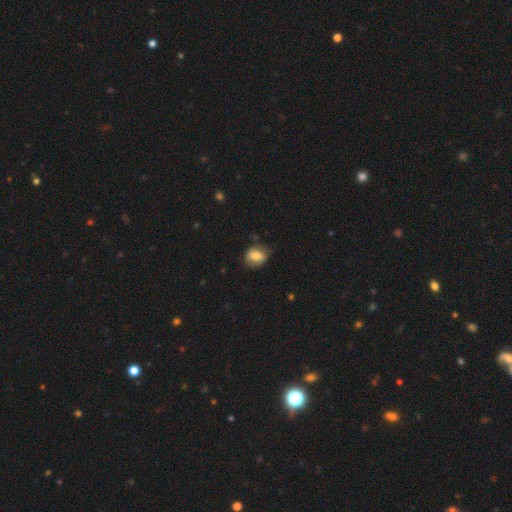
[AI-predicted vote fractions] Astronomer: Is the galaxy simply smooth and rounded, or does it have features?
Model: smooth — 67%.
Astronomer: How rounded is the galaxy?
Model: in between — 52% (runner-up: round, 47%).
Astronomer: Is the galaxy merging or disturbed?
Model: none — 68%.